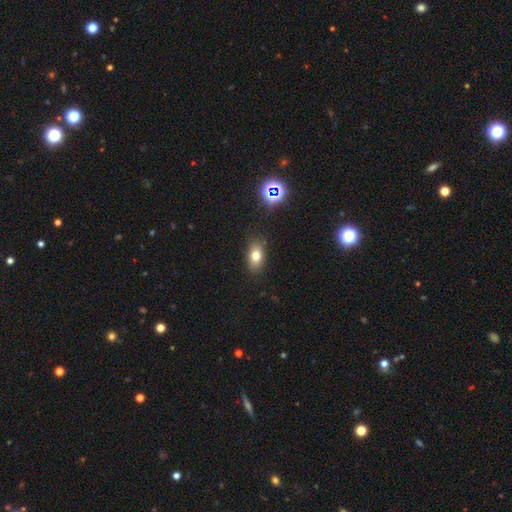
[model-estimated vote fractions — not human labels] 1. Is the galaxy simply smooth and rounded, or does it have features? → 72% smooth, 14% featured or disk, 14% star or artifact.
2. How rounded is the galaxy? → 82% in between, 14% round, 4% cigar-shaped.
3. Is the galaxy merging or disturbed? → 84% none, 11% minor disturbance, 3% major disturbance, 2% merger.